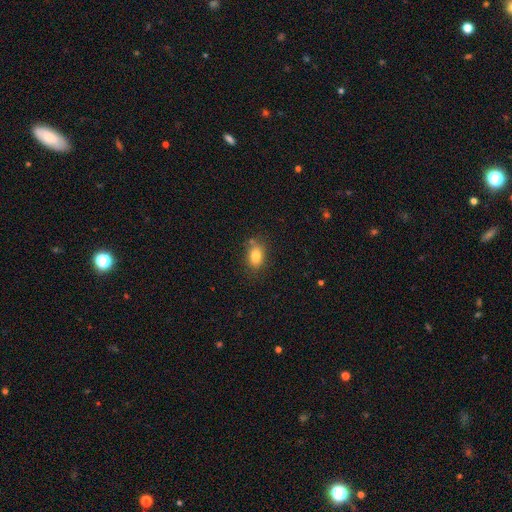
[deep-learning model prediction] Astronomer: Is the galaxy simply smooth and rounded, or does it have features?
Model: smooth — 81%.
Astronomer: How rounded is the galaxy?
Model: in between — 79%.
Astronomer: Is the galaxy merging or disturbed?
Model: none — 76%.